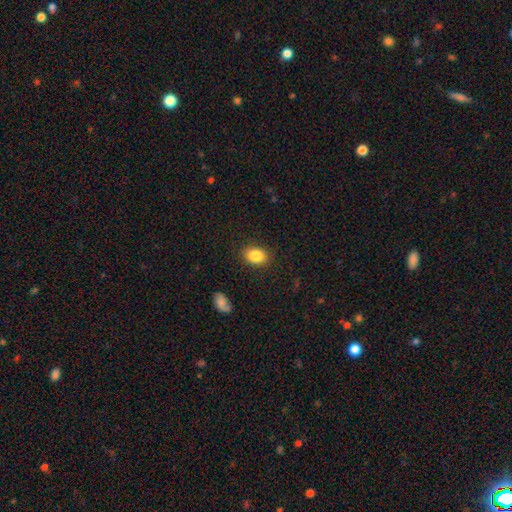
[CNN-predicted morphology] The model was most divided on "how rounded": in between: 78%, round: 20%, cigar-shaped: 1%. More confident: merging — none (86%); smooth or featured — smooth (85%).